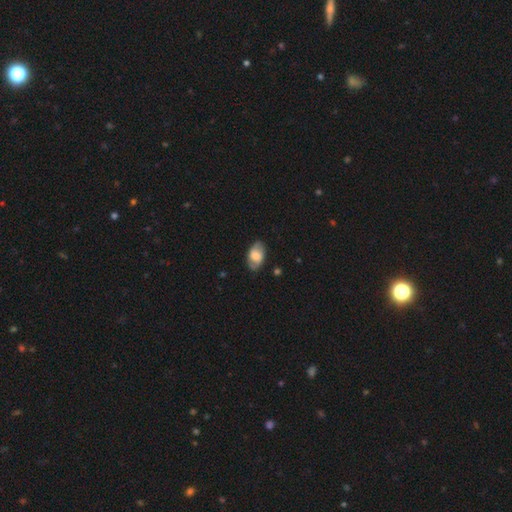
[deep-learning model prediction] This is likely a smooth galaxy (61%). How rounded: clearly in between (92%). Merging: likely none (78%).